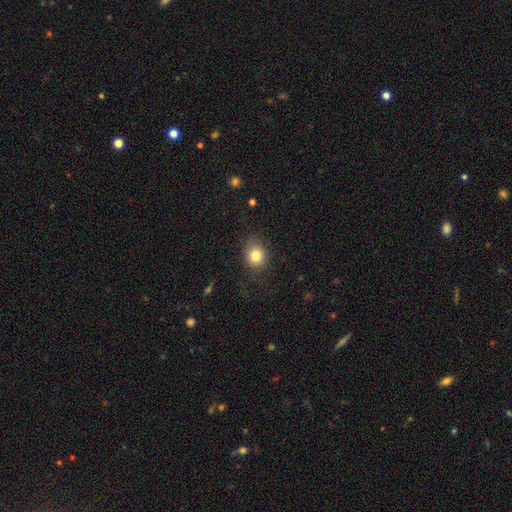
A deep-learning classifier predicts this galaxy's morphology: Overall: smooth (81%). How rounded: round (62%; in between 37%). Merging: none (73%).